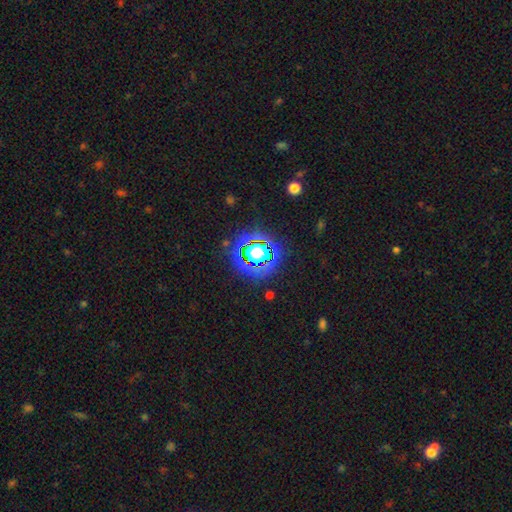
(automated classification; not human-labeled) Smooth or featured? star or artifact (75%)